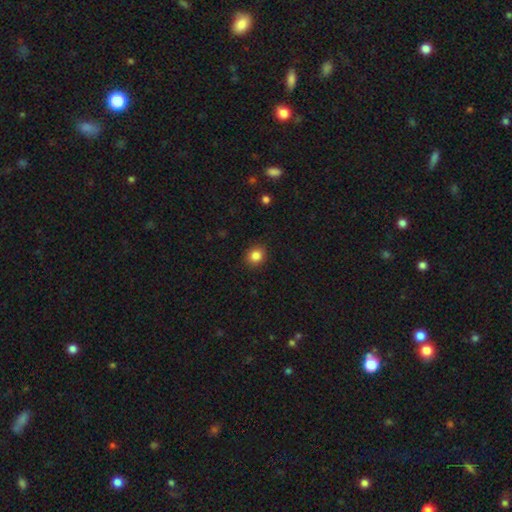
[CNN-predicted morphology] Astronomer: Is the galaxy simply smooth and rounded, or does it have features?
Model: smooth — 84%.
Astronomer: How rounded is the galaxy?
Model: round — 73%.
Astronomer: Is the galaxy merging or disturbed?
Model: none — 89%.